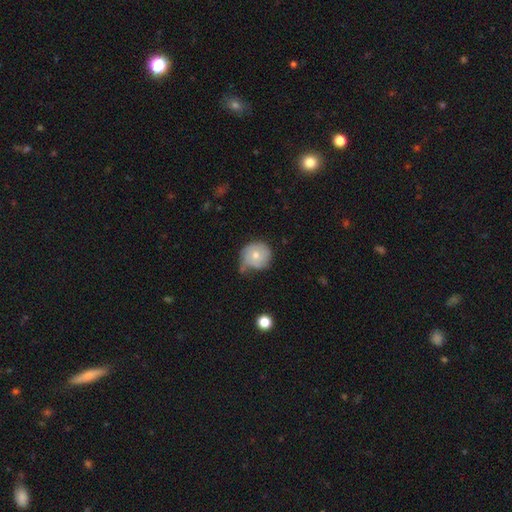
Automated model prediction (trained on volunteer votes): smooth_or_featured: smooth (p=0.64) [alt: featured or disk p=0.28]
how_rounded: round (p=0.89) [alt: in between p=0.10]
merging: none (p=0.48) [alt: minor disturbance p=0.34]